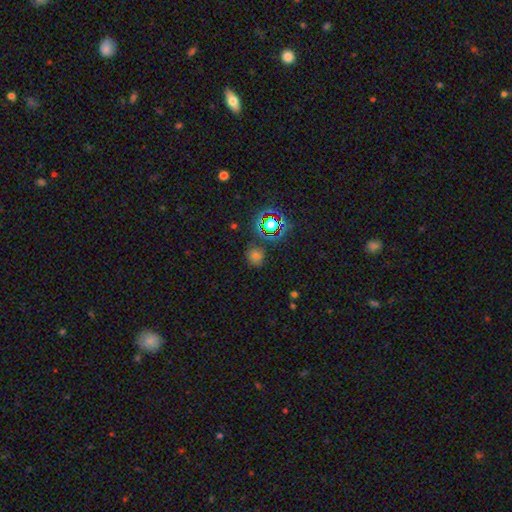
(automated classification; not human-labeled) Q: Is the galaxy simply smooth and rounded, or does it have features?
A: smooth — 50%.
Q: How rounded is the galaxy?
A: round — 81%.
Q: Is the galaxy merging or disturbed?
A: none — 79%.